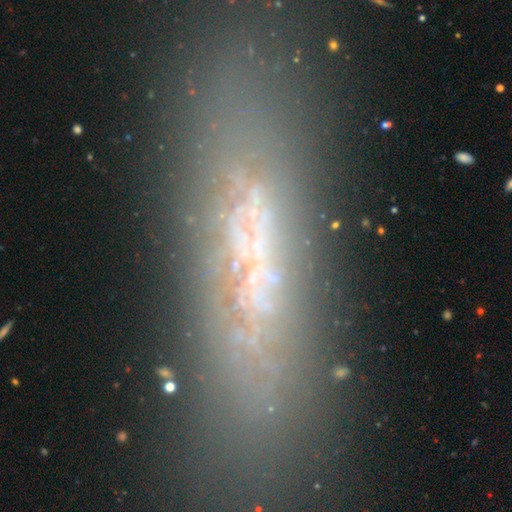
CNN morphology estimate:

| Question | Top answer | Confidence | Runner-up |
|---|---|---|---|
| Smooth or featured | featured or disk | 53% | smooth (26%) |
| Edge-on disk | yes | 59% | no (41%) |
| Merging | none | 73% | minor disturbance (17%) |